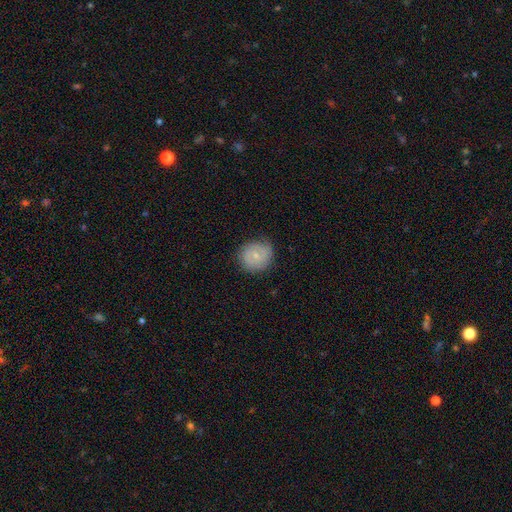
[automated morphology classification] Smooth or featured? smooth (56%)
How rounded? round (86%)
Merging? none (79%)